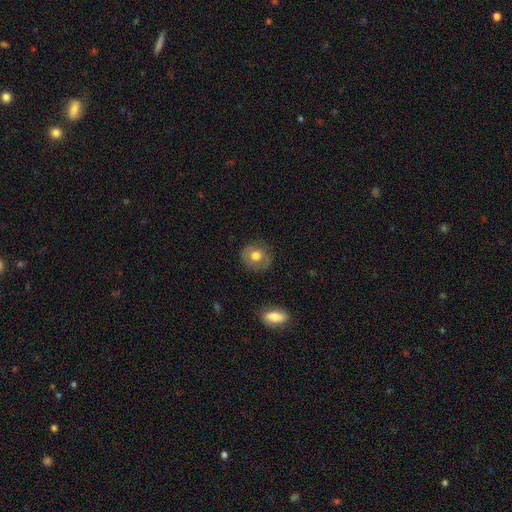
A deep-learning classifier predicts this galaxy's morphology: smooth-or-featured: smooth: 69% | featured or disk: 23% | star or artifact: 9%
  how-rounded: round: 81% | in between: 18% | cigar-shaped: 1%
  merging: none: 83% | minor disturbance: 12% | major disturbance: 3% | merger: 1%